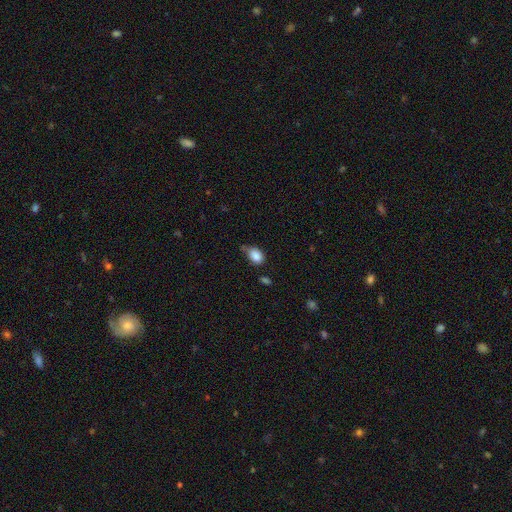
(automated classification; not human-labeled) The model was most divided on "merging": none: 55%, minor disturbance: 30%, merger: 8%, major disturbance: 7%. More confident: smooth or featured — smooth (86%); how rounded — in between (80%).